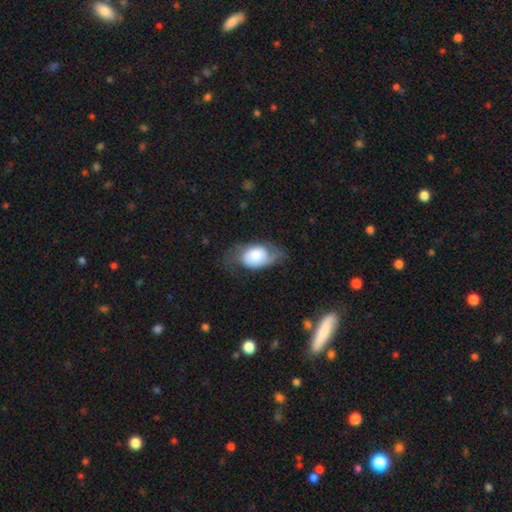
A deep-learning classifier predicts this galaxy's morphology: This appears to be a smooth galaxy with no disk features (53%) that is in between round and cigar-shaped (85%). Merging: none (45%).